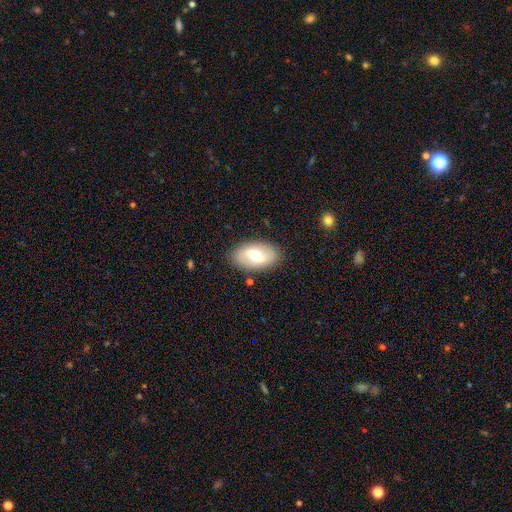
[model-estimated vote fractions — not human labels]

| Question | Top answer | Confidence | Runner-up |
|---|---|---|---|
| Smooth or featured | smooth | 54% | featured or disk (40%) |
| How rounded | in between | 91% | round (7%) |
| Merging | none | 85% | minor disturbance (10%) |